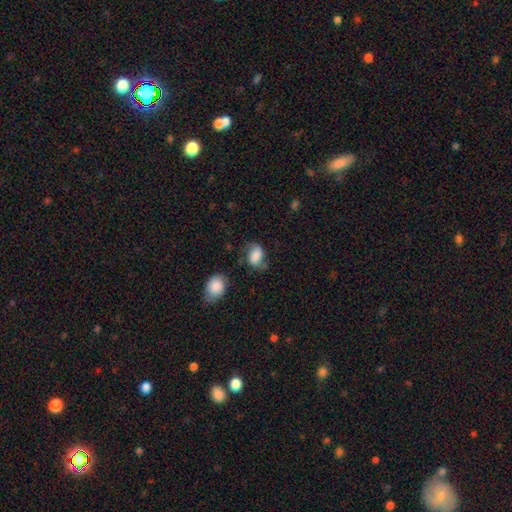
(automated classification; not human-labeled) A smooth galaxy with no disk features (71%) that is in between round and cigar-shaped (78%). Merging: none (52%).